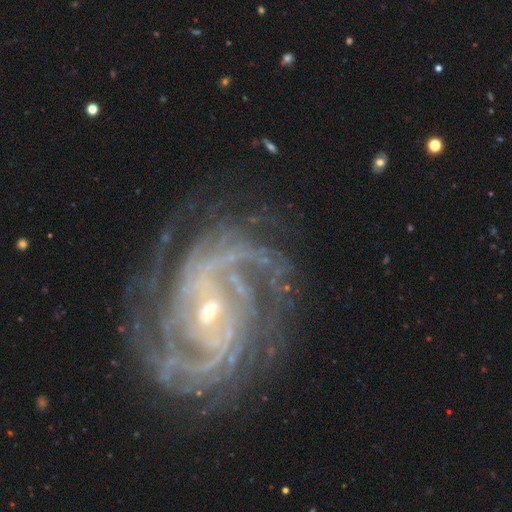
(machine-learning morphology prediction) Overall: featured or disk (87%). Edge-on disk: no (97%). Bar: no (41%; weak 36%). Spiral arms: yes (97%). Spiral arm count: can't tell (21%; 2 19%). Spiral winding: tight (58%; medium 32%). Bulge size: small (71%). Merging: none (65%).